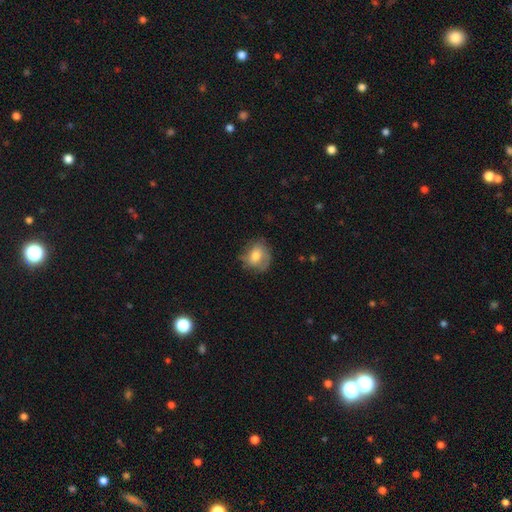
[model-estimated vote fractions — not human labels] Smooth or featured? smooth (62%)
How rounded? round (64%)
Merging? none (60%)